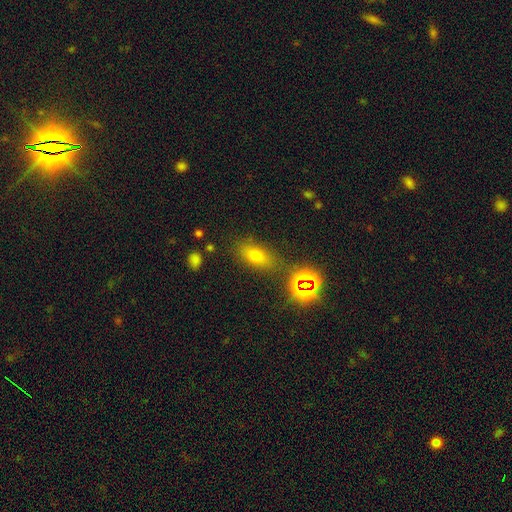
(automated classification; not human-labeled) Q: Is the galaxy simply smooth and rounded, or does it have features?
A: smooth — 64%.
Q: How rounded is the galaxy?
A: in between — 76%.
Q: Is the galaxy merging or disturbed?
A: none — 74%.